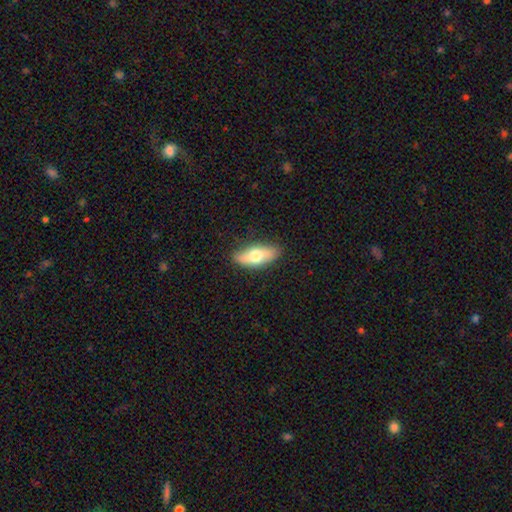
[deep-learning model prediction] Smooth or featured?
  - smooth: 65% *
  - featured or disk: 29%
  - star or artifact: 6%
How rounded?
  - in between: 77% *
  - cigar-shaped: 20%
  - round: 4%
Merging?
  - none: 84% *
  - minor disturbance: 12%
  - major disturbance: 2%
  - merger: 1%